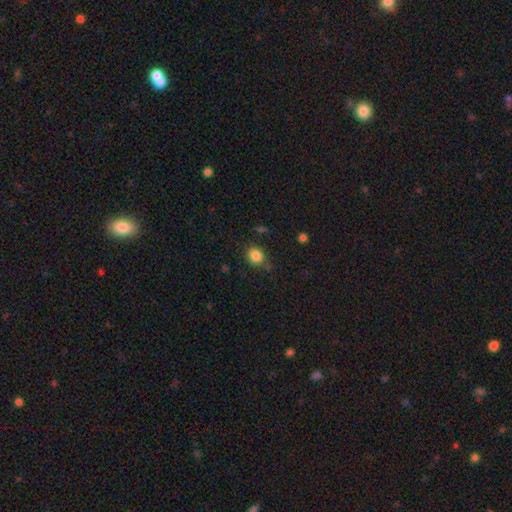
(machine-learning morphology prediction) Smooth or featured: smooth — 85% (star or artifact — 10%)
How rounded: round — 74% (in between — 25%)
Merging: none — 77% (minor disturbance — 14%)